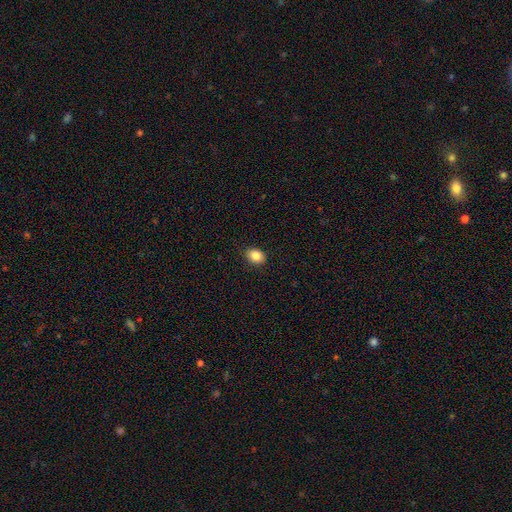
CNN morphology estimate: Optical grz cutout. It shows a smooth galaxy with no disk features (85%) that is in between round and cigar-shaped (64%). Merging: none (89%).